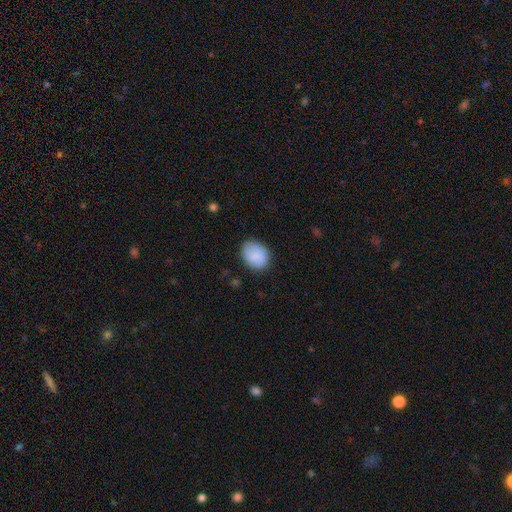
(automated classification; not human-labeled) Q: Smooth or featured?
A: smooth (80%); runner-up: featured or disk (13%)
Q: How rounded?
A: in between (51%); runner-up: round (48%)
Q: Merging?
A: none (79%); runner-up: minor disturbance (16%)